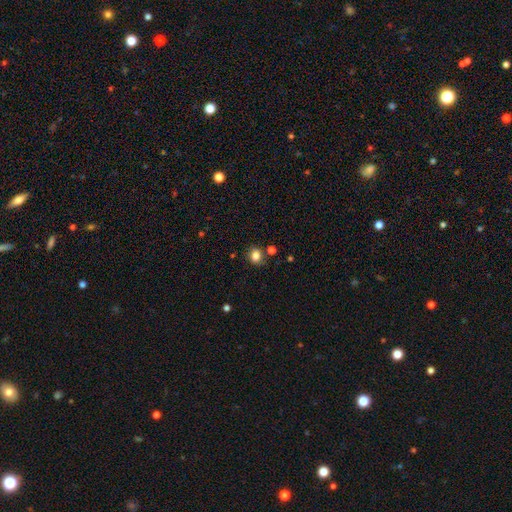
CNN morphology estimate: Smooth or featured? Predicted: smooth (p=0.82). How rounded? Predicted: round (p=0.67). Merging? Predicted: none (p=0.77).